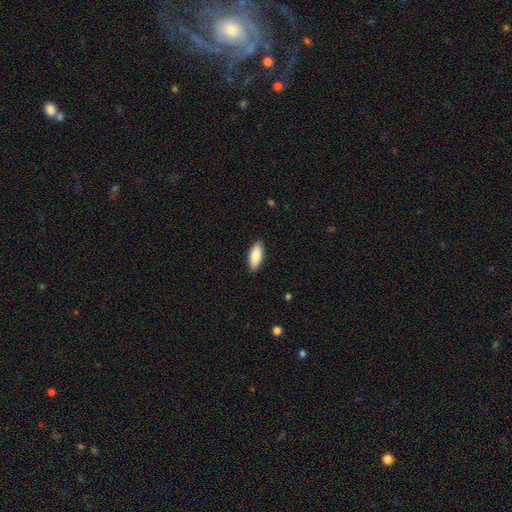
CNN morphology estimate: Overall: smooth (86%). How rounded: in between (79%). Merging: none (89%).